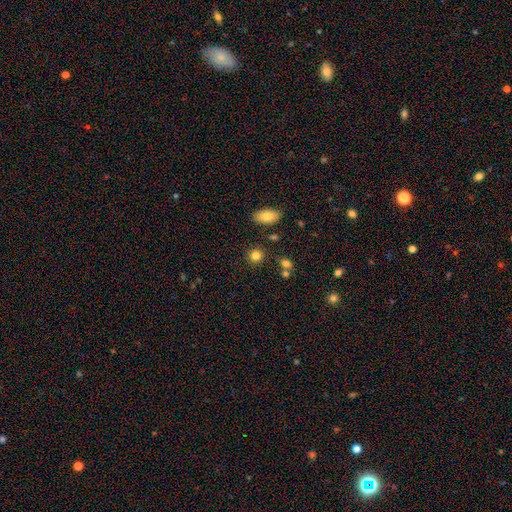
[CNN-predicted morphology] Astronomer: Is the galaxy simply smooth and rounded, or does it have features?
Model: smooth — 83%.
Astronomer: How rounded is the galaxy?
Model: round — 85%.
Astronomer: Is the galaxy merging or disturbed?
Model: none — 83%.